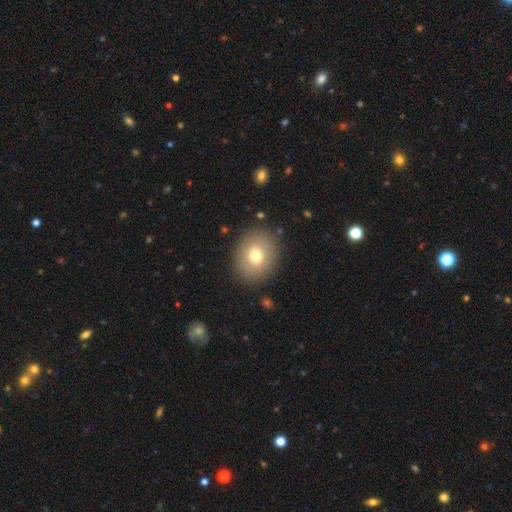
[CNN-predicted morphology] A smooth galaxy with no disk features (73%) that is round (62%). Merging: none (87%).